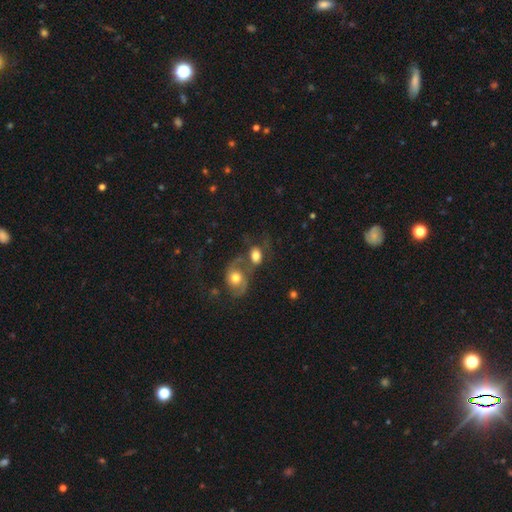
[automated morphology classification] Smooth or featured: smooth — 50% (featured or disk — 39%)
How rounded: in between — 70% (round — 28%)
Merging: merger — 54% (none — 24%)